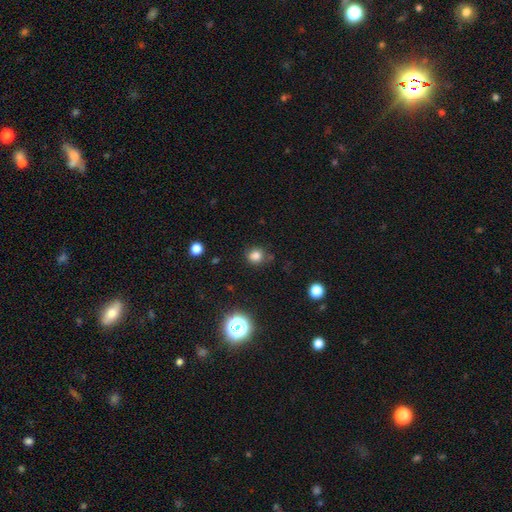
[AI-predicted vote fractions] A smooth galaxy with no disk features (79%) that is round (85%). Merging: none (78%).